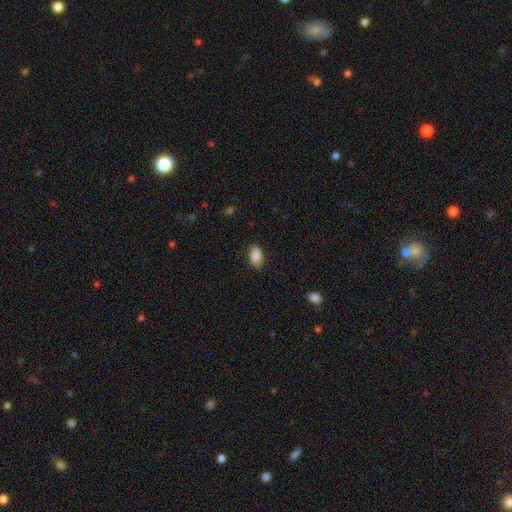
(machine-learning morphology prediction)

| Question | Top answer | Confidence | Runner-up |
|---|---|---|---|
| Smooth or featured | smooth | 86% | star or artifact (7%) |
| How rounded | in between | 92% | round (6%) |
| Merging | none | 86% | minor disturbance (11%) |